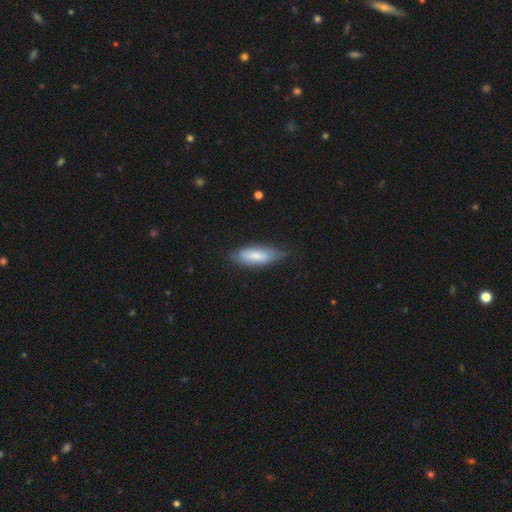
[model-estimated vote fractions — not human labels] This is likely a smooth galaxy (76%). How rounded: likely in between (64%). Merging: likely none (67%).